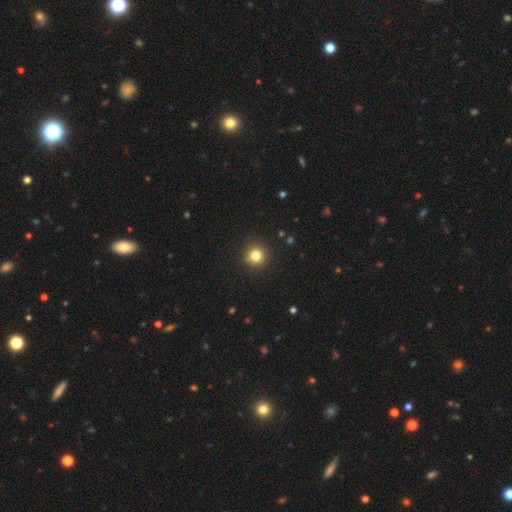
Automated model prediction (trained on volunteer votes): This appears to be a smooth galaxy with no disk features (81%) that is round (95%). Merging: none (93%).